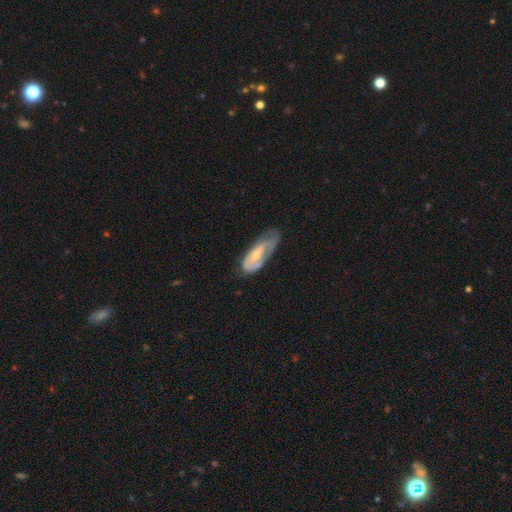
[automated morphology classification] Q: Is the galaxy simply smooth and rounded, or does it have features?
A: featured or disk — 57%.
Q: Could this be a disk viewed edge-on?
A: no — 88%.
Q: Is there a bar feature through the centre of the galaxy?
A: no — 60%.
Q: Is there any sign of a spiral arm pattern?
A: yes — 63%.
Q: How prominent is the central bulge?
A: small — 50%.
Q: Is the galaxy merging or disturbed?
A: minor disturbance — 36%.